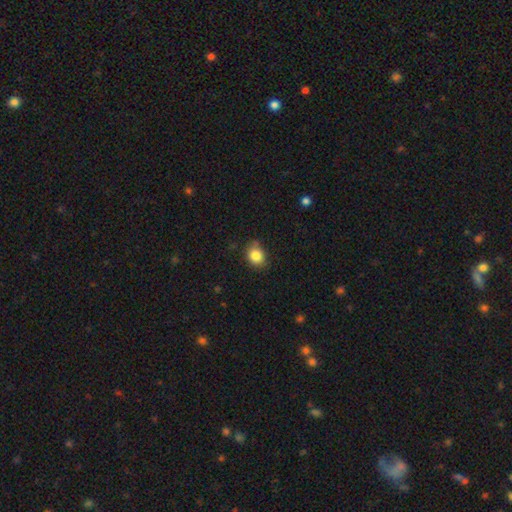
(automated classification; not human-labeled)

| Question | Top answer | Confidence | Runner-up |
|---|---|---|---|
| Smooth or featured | smooth | 84% | star or artifact (10%) |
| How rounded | round | 59% | in between (40%) |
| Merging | none | 74% | minor disturbance (20%) |